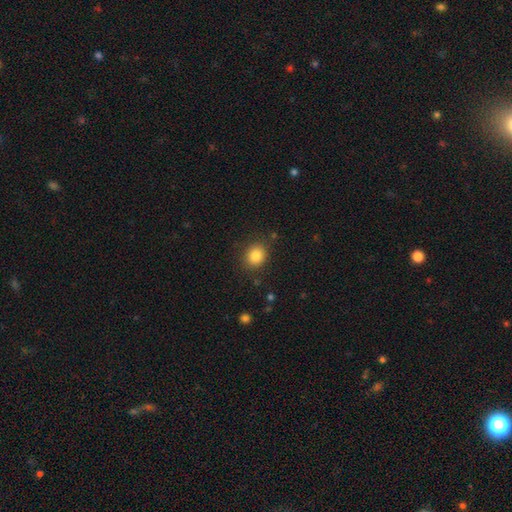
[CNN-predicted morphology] Q: Smooth or featured?
A: smooth (84%); runner-up: star or artifact (10%)
Q: How rounded?
A: round (65%); runner-up: in between (34%)
Q: Merging?
A: none (85%); runner-up: minor disturbance (10%)